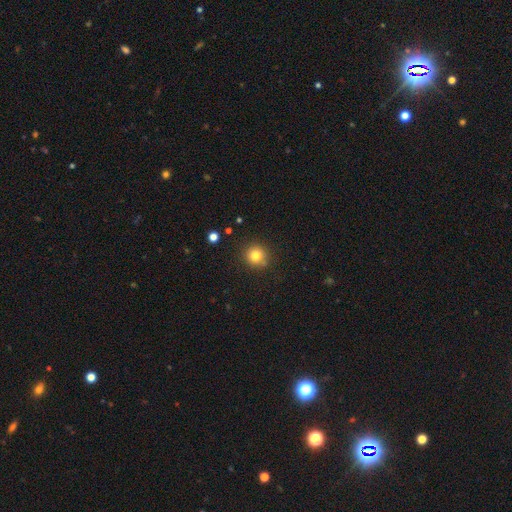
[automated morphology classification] smooth-or-featured: smooth: 80% | star or artifact: 13% | featured or disk: 7%
  how-rounded: round: 93% | in between: 6% | cigar-shaped: 1%
  merging: none: 88% | minor disturbance: 8% | major disturbance: 2% | merger: 2%